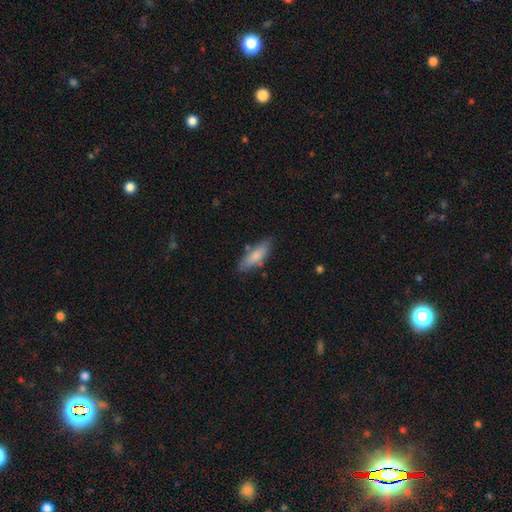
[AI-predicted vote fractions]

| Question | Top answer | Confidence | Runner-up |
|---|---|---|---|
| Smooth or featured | smooth | 79% | featured or disk (15%) |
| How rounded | in between | 55% | cigar-shaped (43%) |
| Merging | none | 74% | minor disturbance (17%) |